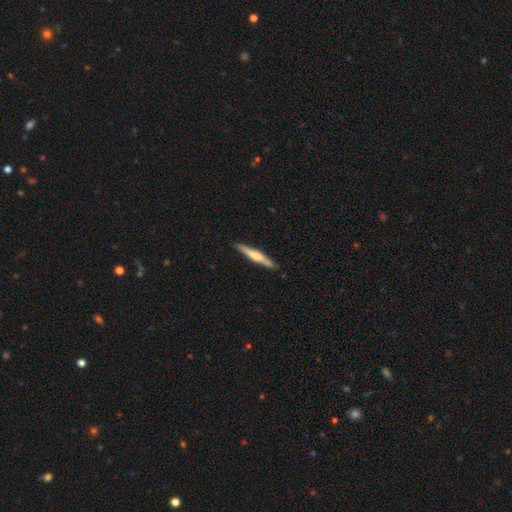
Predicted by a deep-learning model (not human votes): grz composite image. It shows a featured or disk galaxy (49%). Merging: none (89%).